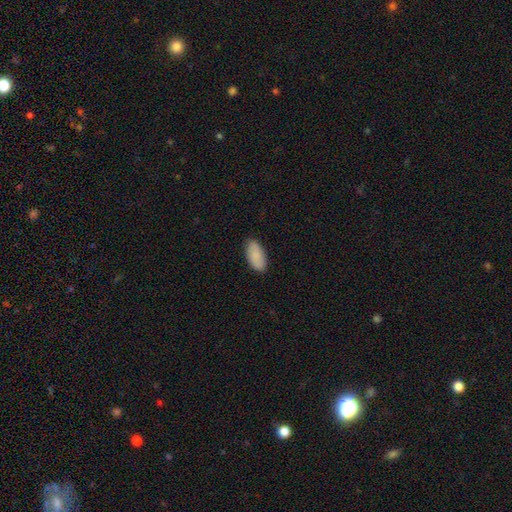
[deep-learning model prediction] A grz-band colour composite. It shows a smooth galaxy with no disk features (87%) that is in between round and cigar-shaped (94%). Merging: none (86%).